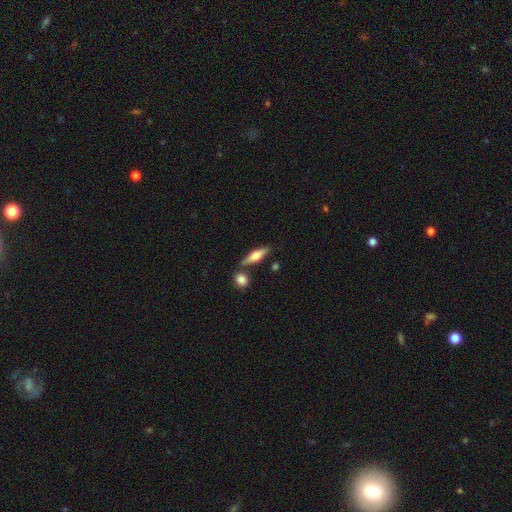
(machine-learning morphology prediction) Smooth or featured: smooth — 54% (featured or disk — 40%)
How rounded: cigar-shaped — 59% (in between — 38%)
Merging: none — 75% (merger — 11%)